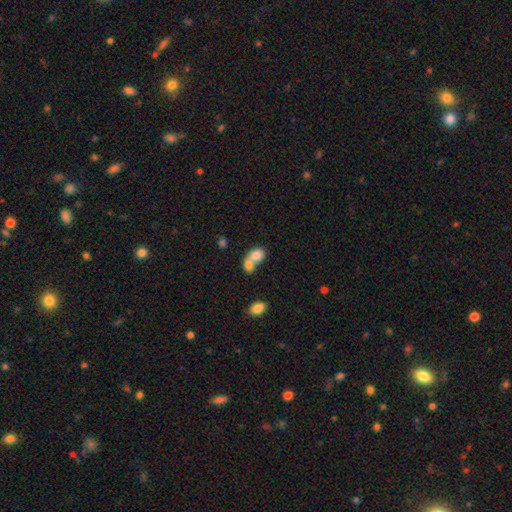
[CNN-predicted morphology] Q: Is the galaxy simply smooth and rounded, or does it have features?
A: smooth — 78%.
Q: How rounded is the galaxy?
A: in between — 61%.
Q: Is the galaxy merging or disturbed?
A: merger — 72%.